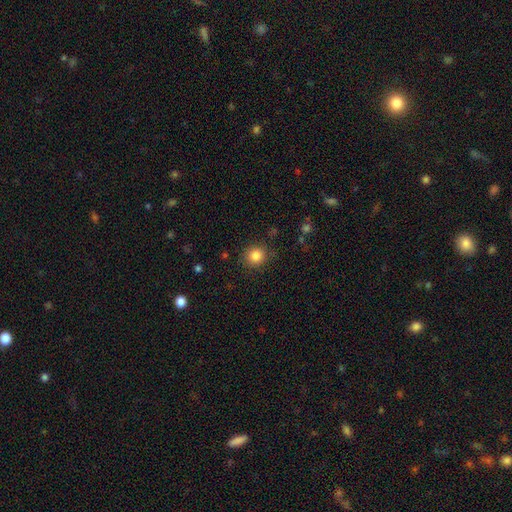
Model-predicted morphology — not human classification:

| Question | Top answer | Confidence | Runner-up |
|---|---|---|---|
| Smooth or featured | smooth | 84% | star or artifact (11%) |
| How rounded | round | 87% | in between (12%) |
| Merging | none | 86% | minor disturbance (10%) |